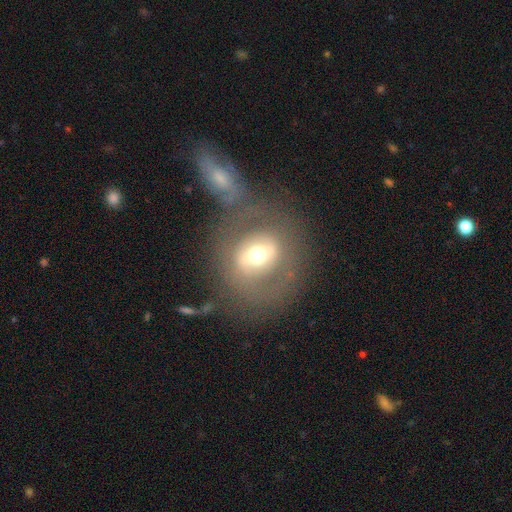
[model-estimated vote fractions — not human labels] Q: Smooth or featured?
A: featured or disk (52%); runner-up: smooth (39%)
Q: Edge-on disk?
A: no (92%); runner-up: yes (8%)
Q: Merging?
A: none (53%); runner-up: merger (23%)